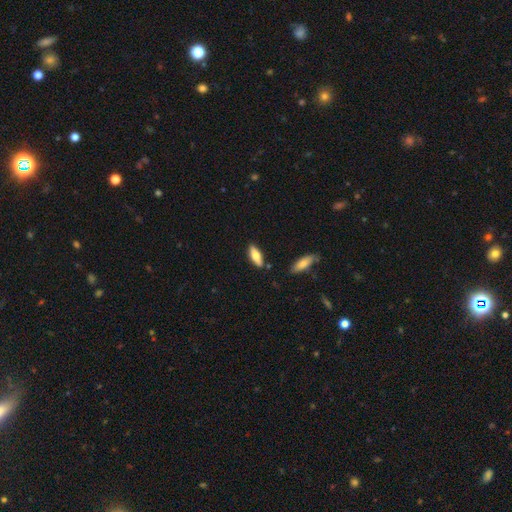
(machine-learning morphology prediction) This appears to be a smooth galaxy with no disk features (70%) that is in between round and cigar-shaped (61%). Merging: none (84%).